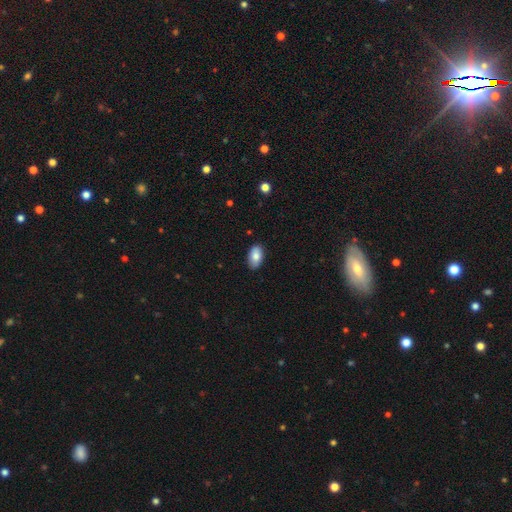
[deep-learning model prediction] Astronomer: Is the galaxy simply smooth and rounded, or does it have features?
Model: smooth — 84%.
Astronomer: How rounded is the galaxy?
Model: in between — 94%.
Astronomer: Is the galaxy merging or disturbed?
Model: none — 88%.